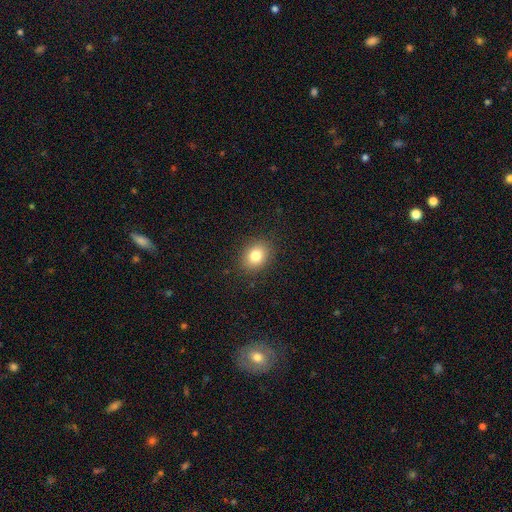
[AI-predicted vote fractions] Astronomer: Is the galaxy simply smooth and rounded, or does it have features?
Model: smooth — 81%.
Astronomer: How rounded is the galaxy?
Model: in between — 52% (runner-up: round, 47%).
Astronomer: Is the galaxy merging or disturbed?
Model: none — 88%.